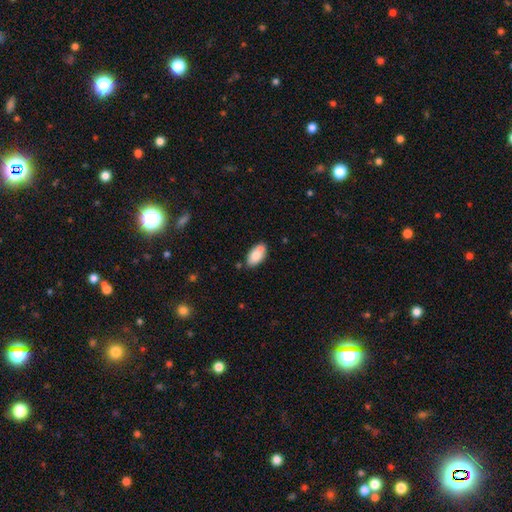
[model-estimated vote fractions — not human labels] This is likely a smooth galaxy (76%). How rounded: clearly in between (93%). Merging: possibly none (59%).